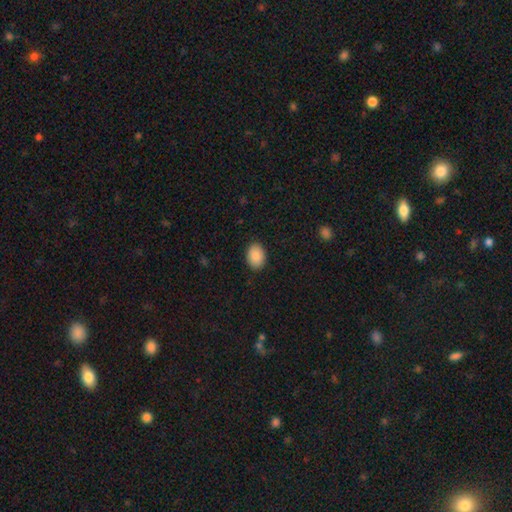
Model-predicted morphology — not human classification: type=smooth (90%); roundness=in between (78%); merging=none (90%).